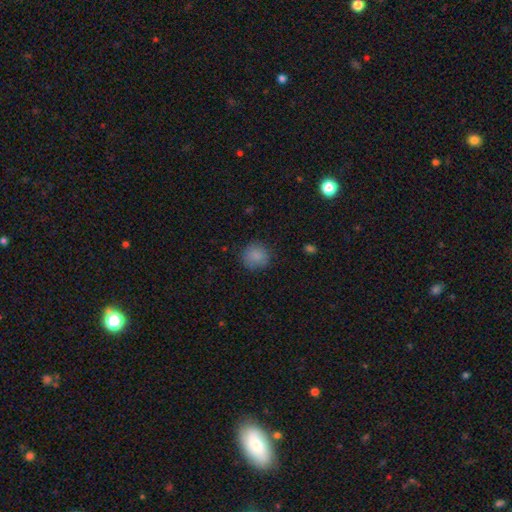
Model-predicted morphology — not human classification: Smooth or featured?
  - smooth: 85% *
  - star or artifact: 9%
  - featured or disk: 6%
How rounded?
  - round: 90% *
  - in between: 9%
  - cigar-shaped: 1%
Merging?
  - none: 82% *
  - minor disturbance: 13%
  - major disturbance: 4%
  - merger: 1%